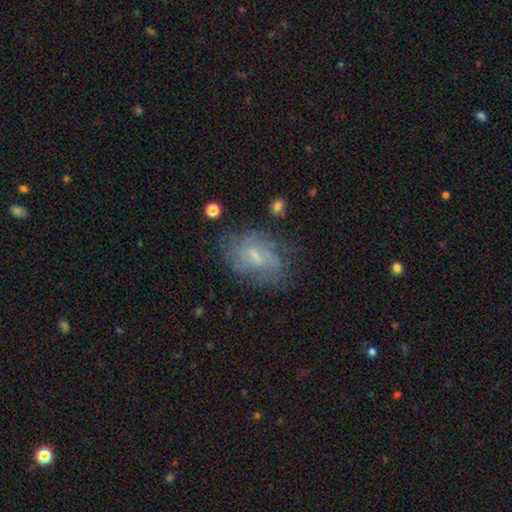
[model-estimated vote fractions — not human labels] A featured or disk galaxy (60%) with a weak bar (47%), spiral arms (72%) and a small central bulge (61%).

Vote fractions:
- Smooth or featured? featured or disk: 60% / smooth: 31% / star or artifact: 10%
- Edge-on disk? no: 96% / yes: 4%
- Bar? weak: 47% / no: 45% / strong: 8%
- Spiral arms? yes: 72% / no: 28%
- Bulge size? small: 61% / moderate: 24% / none: 12% / large: 2% / dominant: 1%
- Merging? none: 59% / minor disturbance: 24% / major disturbance: 15% / merger: 3%